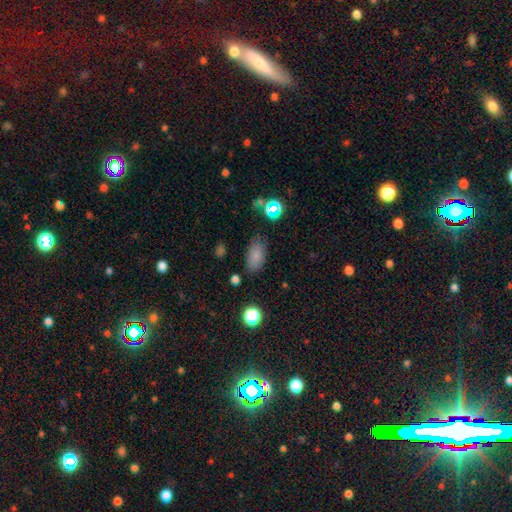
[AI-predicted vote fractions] Morphology: type=smooth (80%); roundness=in between (90%); merging=none (79%).